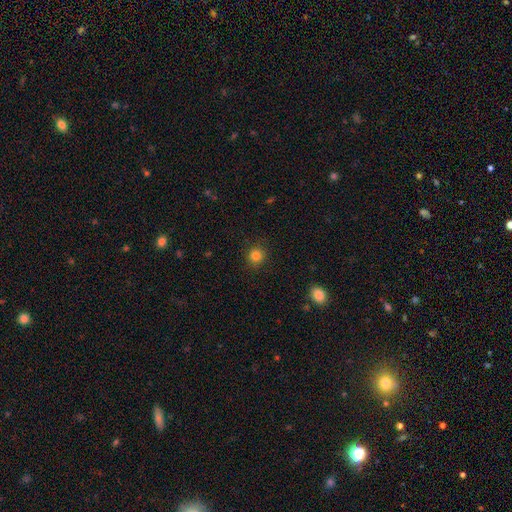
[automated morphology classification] smooth_or_featured: smooth (p=0.83) [alt: star or artifact p=0.12]
how_rounded: round (p=0.89) [alt: in between p=0.10]
merging: none (p=0.90) [alt: minor disturbance p=0.07]